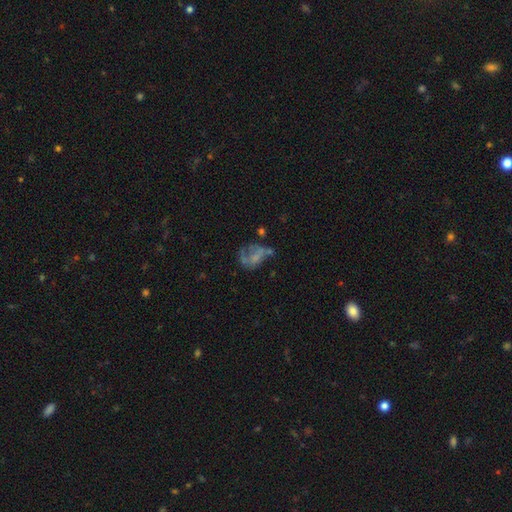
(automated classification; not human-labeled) Smooth or featured?
  - featured or disk: 46% *
  - smooth: 36%
  - star or artifact: 18%
Merging?
  - major disturbance: 36% *
  - none: 31%
  - minor disturbance: 20%
  - merger: 13%